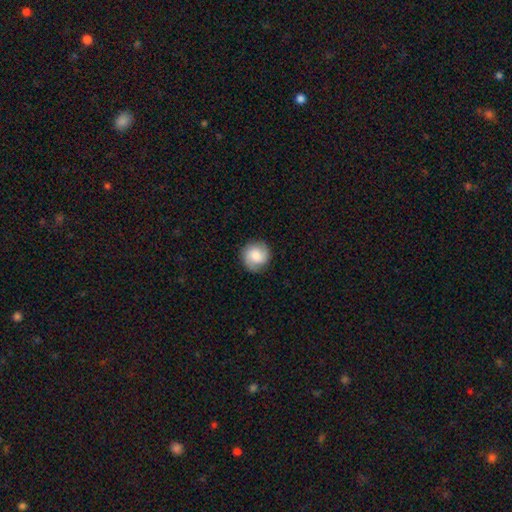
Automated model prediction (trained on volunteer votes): smooth_or_featured: smooth (p=0.63) [alt: featured or disk p=0.29]
how_rounded: round (p=0.91) [alt: in between p=0.08]
merging: none (p=0.84) [alt: minor disturbance p=0.12]